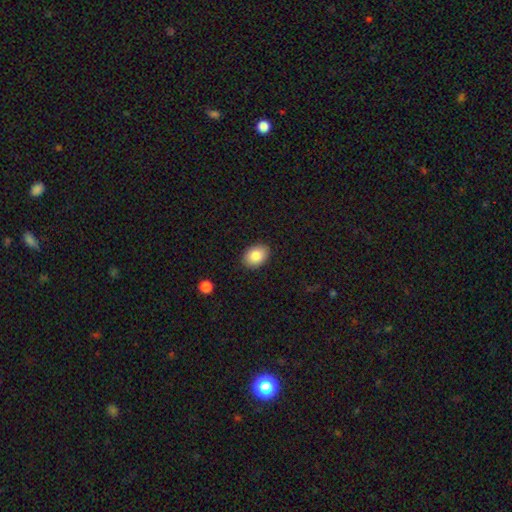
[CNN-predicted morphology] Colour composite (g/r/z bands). It shows a smooth galaxy with no disk features (85%) that is in between round and cigar-shaped (74%). Merging: none (89%).